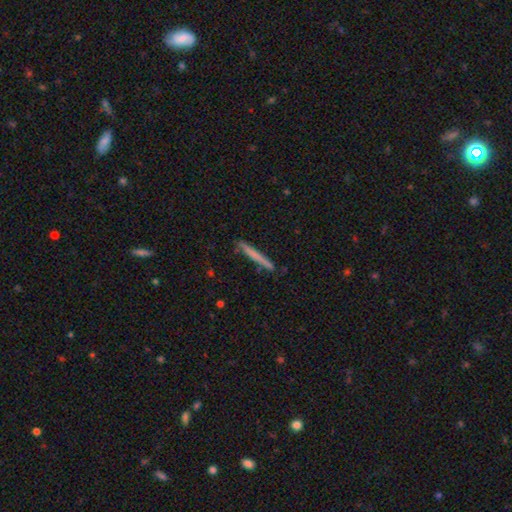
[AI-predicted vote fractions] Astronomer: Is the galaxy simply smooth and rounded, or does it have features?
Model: smooth — 63%.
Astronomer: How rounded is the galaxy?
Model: cigar-shaped — 97%.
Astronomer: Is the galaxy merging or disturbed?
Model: none — 88%.